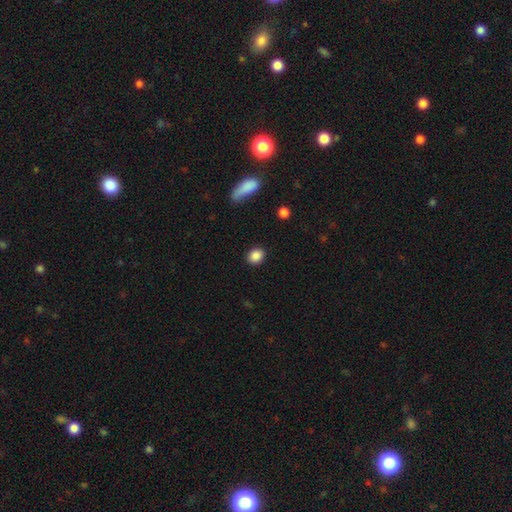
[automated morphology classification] Smooth or featured: smooth — 87% (star or artifact — 9%)
How rounded: round — 66% (in between — 32%)
Merging: none — 89% (minor disturbance — 8%)